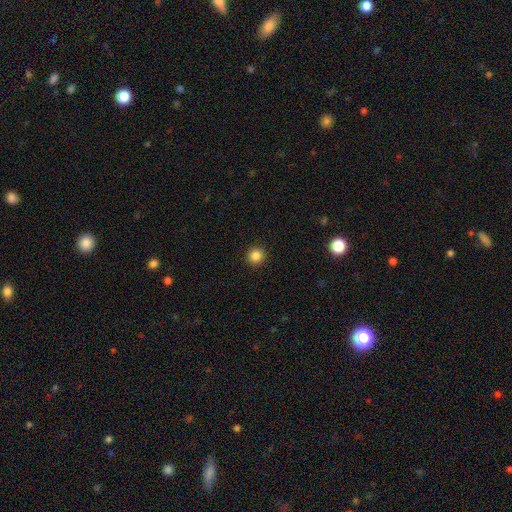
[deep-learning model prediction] This is clearly a smooth galaxy (86%). How rounded: clearly round (95%). Merging: clearly none (93%).